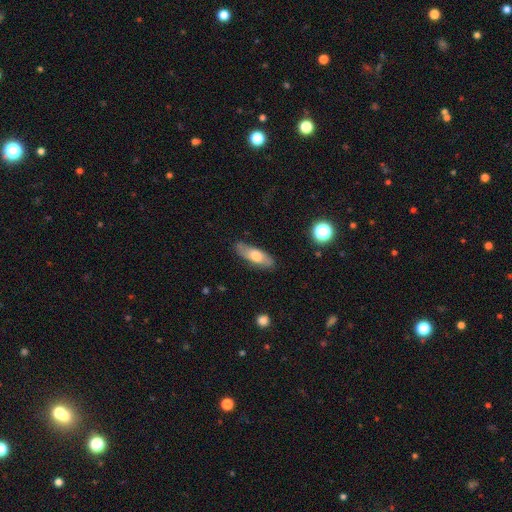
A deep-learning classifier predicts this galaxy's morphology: Smooth or featured: smooth — 62% (featured or disk — 31%)
How rounded: in between — 59% (cigar-shaped — 38%)
Merging: none — 82% (minor disturbance — 13%)